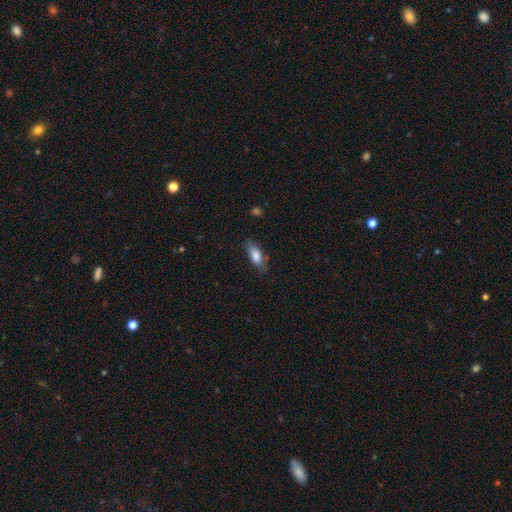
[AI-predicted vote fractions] smooth_or_featured: smooth (p=0.78) [alt: featured or disk p=0.15]
how_rounded: in between (p=0.70) [alt: cigar-shaped p=0.28]
merging: none (p=0.74) [alt: minor disturbance p=0.20]